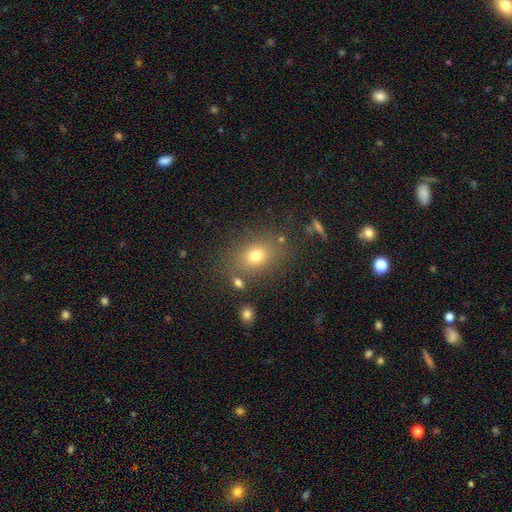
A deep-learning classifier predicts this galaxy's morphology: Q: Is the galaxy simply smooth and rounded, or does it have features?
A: smooth — 73%.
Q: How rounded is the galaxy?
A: in between — 61%.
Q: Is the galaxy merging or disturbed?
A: none — 77%.